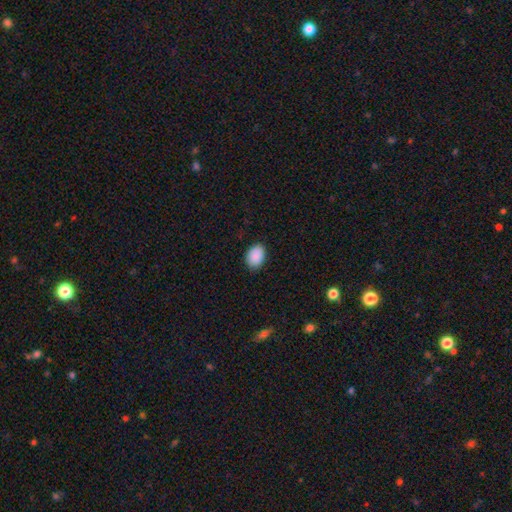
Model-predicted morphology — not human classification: type=smooth (90%); roundness=in between (81%); merging=none (87%).